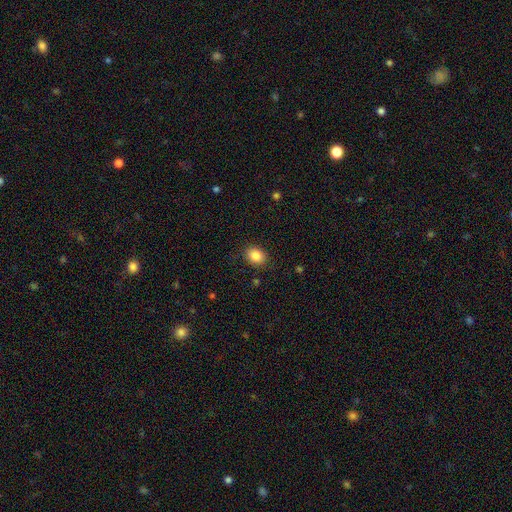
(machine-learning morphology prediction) The model was most divided on "how rounded": in between: 57%, round: 42%, cigar-shaped: 1%. More confident: smooth or featured — smooth (87%); merging — none (86%).